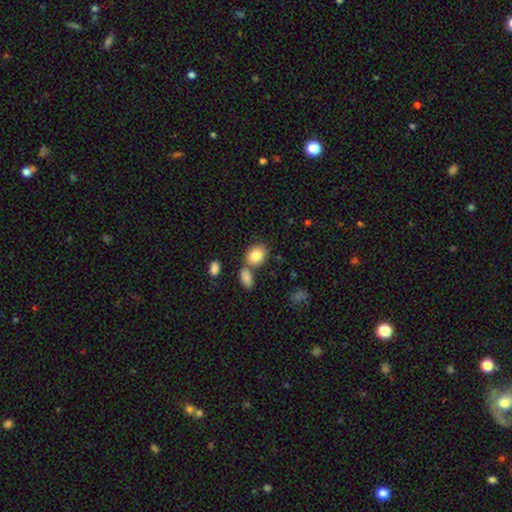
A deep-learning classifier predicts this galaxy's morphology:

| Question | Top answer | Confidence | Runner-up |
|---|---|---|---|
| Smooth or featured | smooth | 85% | star or artifact (8%) |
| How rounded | in between | 61% | round (37%) |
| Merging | none | 59% | merger (26%) |